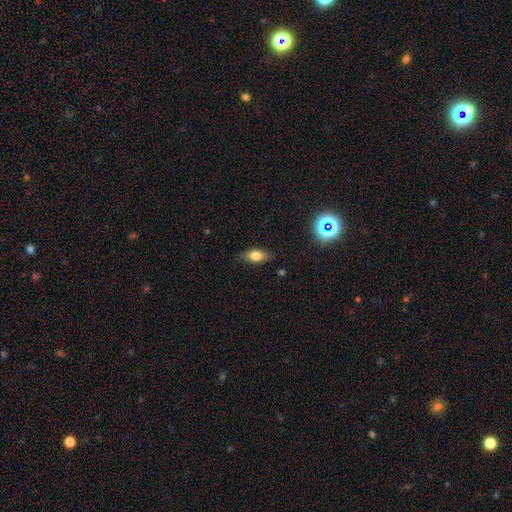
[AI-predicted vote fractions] This is likely a smooth galaxy (73%). How rounded: clearly in between (82%). Merging: clearly none (82%).